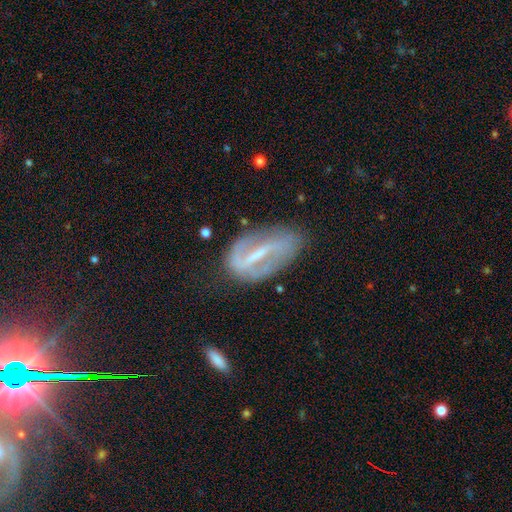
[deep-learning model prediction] Q: Smooth or featured?
A: featured or disk (73%); runner-up: smooth (19%)
Q: Edge-on disk?
A: no (90%); runner-up: yes (10%)
Q: Bar?
A: strong (63%); runner-up: weak (27%)
Q: Spiral arms?
A: yes (68%); runner-up: no (32%)
Q: Bulge size?
A: small (46%); runner-up: moderate (27%)
Q: Merging?
A: none (59%); runner-up: minor disturbance (23%)